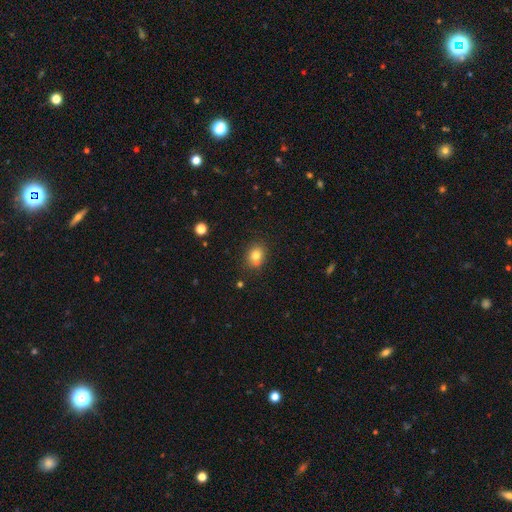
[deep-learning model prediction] smooth_or_featured: smooth (p=0.80) [alt: star or artifact p=0.11]
how_rounded: in between (p=0.51) [alt: round p=0.48]
merging: none (p=0.77) [alt: minor disturbance p=0.15]